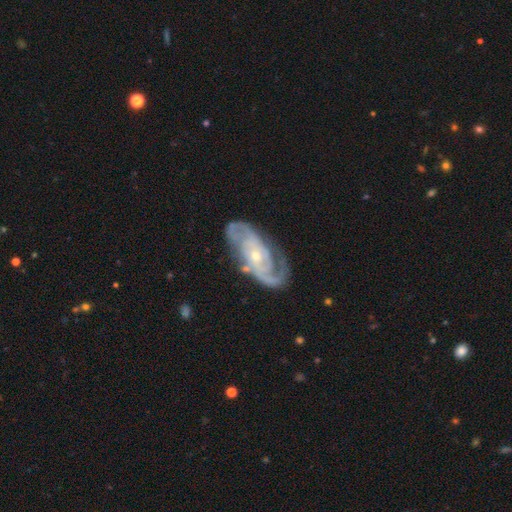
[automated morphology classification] Smooth or featured: featured or disk — 89% (smooth — 6%)
Edge-on disk: no — 95% (yes — 5%)
Bar: no — 65% (weak — 26%)
Spiral arms: yes — 97% (no — 3%)
Spiral winding: tight — 49% (medium — 41%)
Spiral arm count: 2 — 76% (can't tell — 9%)
Bulge size: small — 63% (moderate — 34%)
Merging: none — 73% (minor disturbance — 17%)